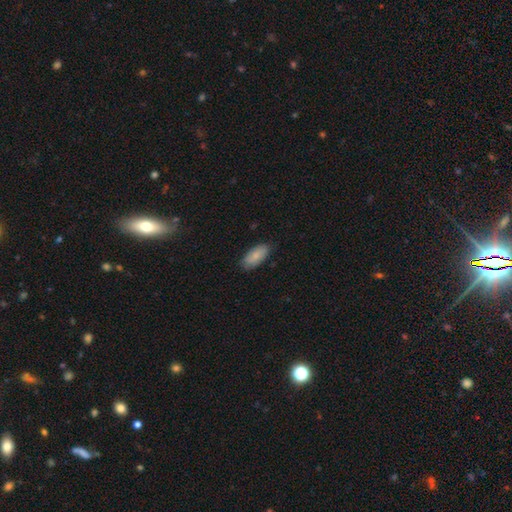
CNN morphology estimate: Smooth or featured: smooth — 85% (featured or disk — 9%)
How rounded: in between — 89% (cigar-shaped — 9%)
Merging: none — 84% (minor disturbance — 13%)